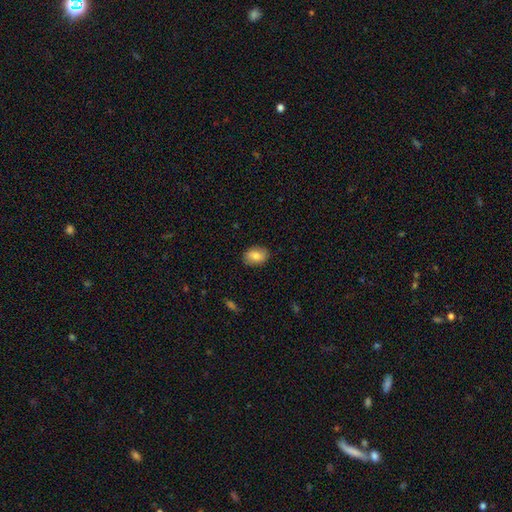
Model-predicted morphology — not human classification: Overall: smooth (81%). How rounded: in between (79%). Merging: none (87%).